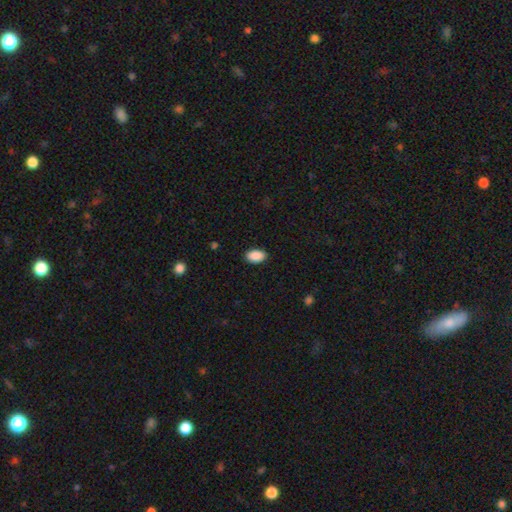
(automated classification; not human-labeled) Morphology: type=smooth (90%); roundness=in between (93%); merging=none (89%).